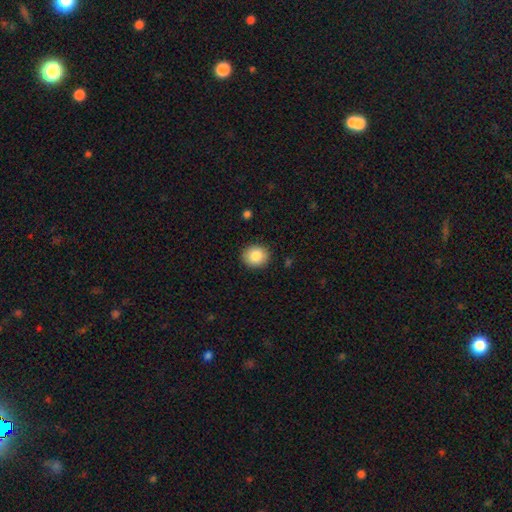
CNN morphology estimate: smooth 84%, star or artifact 8%, featured or disk 7%. Down the decision tree: how rounded — round (72%); merging — none (90%).